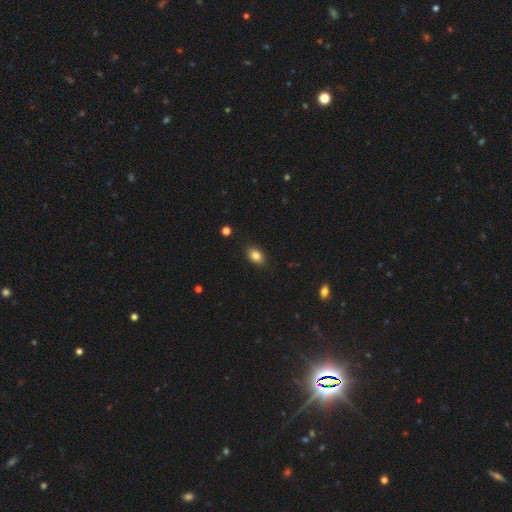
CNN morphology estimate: Overall: smooth (83%). How rounded: in between (80%). Merging: none (86%).